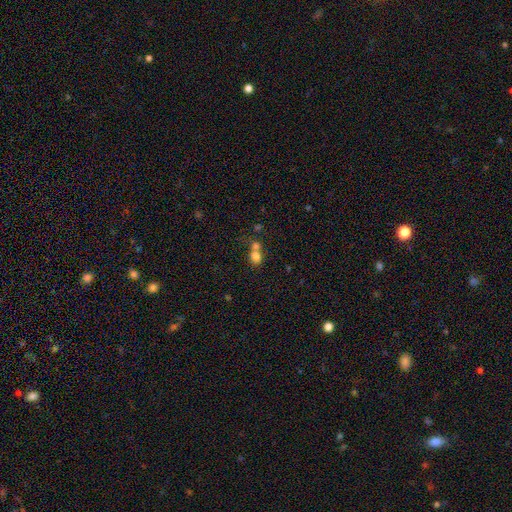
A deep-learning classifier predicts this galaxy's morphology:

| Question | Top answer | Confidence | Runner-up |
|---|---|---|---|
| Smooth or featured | smooth | 78% | star or artifact (12%) |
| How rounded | round | 61% | in between (38%) |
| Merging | merger | 54% | none (34%) |